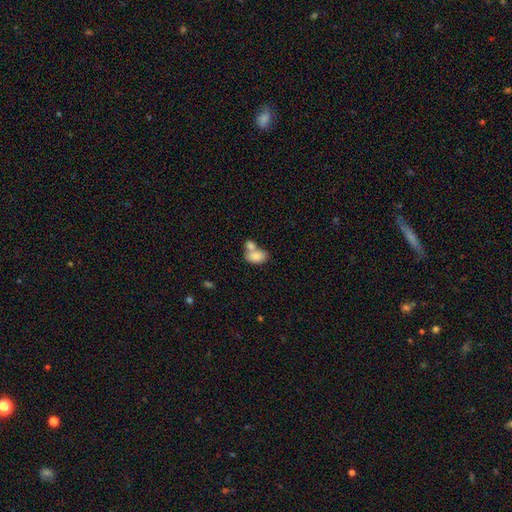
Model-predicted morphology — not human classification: Q: Smooth or featured?
A: smooth (81%); runner-up: featured or disk (12%)
Q: How rounded?
A: in between (88%); runner-up: round (10%)
Q: Merging?
A: merger (58%); runner-up: none (28%)